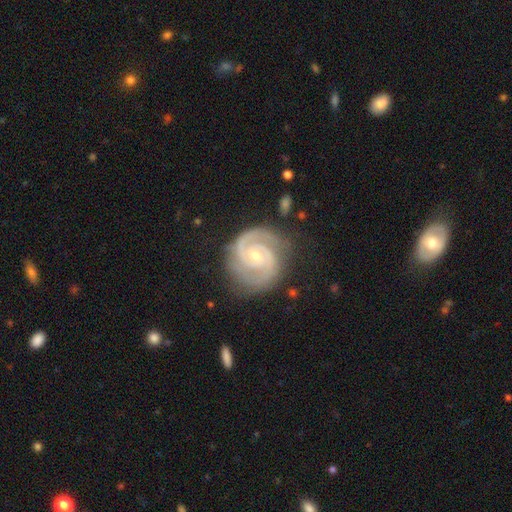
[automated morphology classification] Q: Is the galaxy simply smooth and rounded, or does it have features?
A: featured or disk — 92%.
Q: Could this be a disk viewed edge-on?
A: no — 98%.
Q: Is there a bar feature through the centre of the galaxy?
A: no — 51%.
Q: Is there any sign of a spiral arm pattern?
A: yes — 98%.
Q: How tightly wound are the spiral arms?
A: tight — 66%.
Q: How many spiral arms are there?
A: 2 — 79%.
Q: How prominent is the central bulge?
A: small — 59%.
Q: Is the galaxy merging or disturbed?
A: none — 77%.